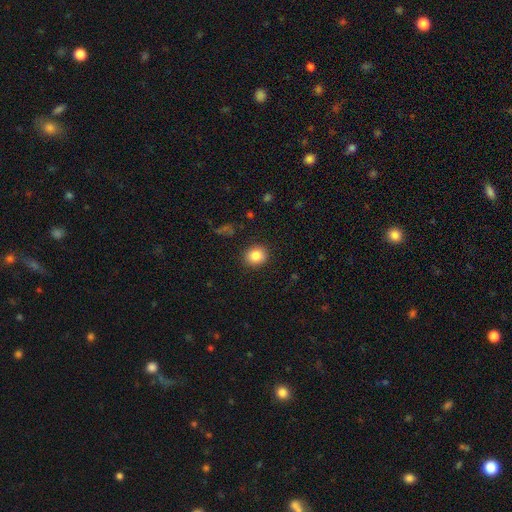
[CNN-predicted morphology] smooth_or_featured: smooth (p=0.84) [alt: star or artifact p=0.09]
how_rounded: round (p=0.70) [alt: in between p=0.29]
merging: none (p=0.89) [alt: minor disturbance p=0.08]